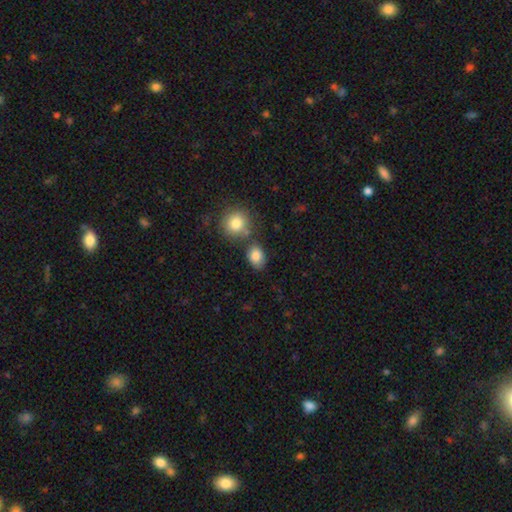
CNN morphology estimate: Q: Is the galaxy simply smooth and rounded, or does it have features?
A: smooth — 84%.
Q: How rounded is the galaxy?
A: in between — 70%.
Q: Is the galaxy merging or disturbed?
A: none — 68%.